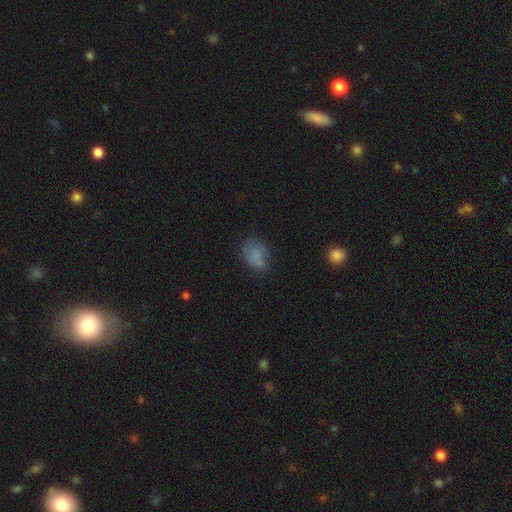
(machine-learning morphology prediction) smooth_or_featured: smooth (p=0.75) [alt: star or artifact p=0.13]
how_rounded: in between (p=0.74) [alt: round p=0.25]
merging: none (p=0.55) [alt: minor disturbance p=0.27]